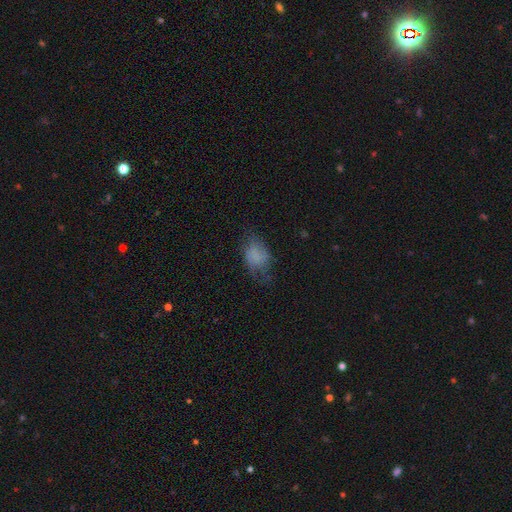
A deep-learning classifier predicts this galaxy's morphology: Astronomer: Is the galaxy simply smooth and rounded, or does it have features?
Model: smooth — 65%.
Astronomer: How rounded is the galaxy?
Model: in between — 82%.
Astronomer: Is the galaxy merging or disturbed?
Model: none — 49% (runner-up: minor disturbance, 29%).